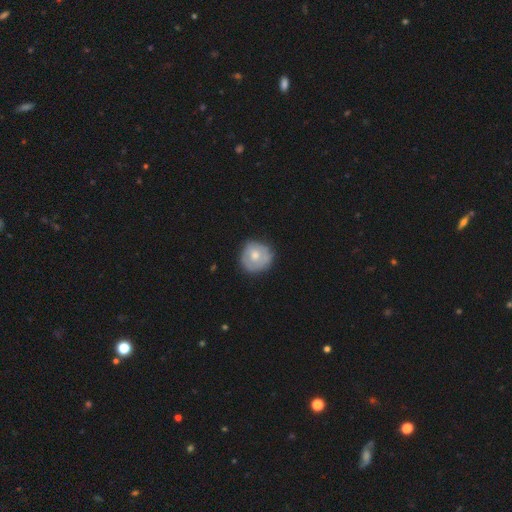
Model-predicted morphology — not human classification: Smooth or featured: smooth — 58% (featured or disk — 36%)
How rounded: round — 89% (in between — 10%)
Merging: none — 72% (minor disturbance — 21%)